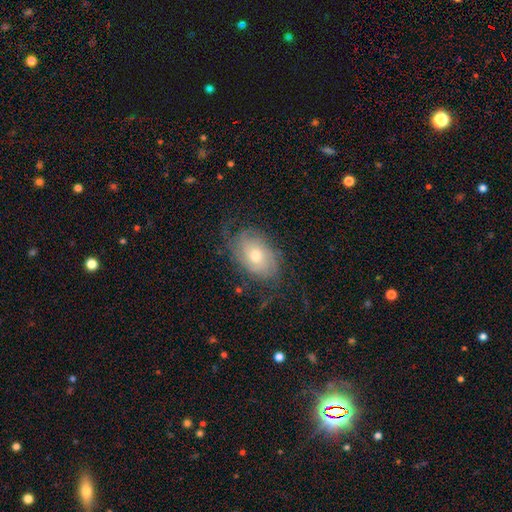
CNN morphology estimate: Smooth or featured? featured or disk (70%)
Edge-on disk? no (95%)
Bar? no (73%)
Spiral arms? yes (88%)
Spiral winding? tight (55%)
Spiral arm count? can't tell (46%)
Bulge size? moderate (64%)
Merging? none (66%)